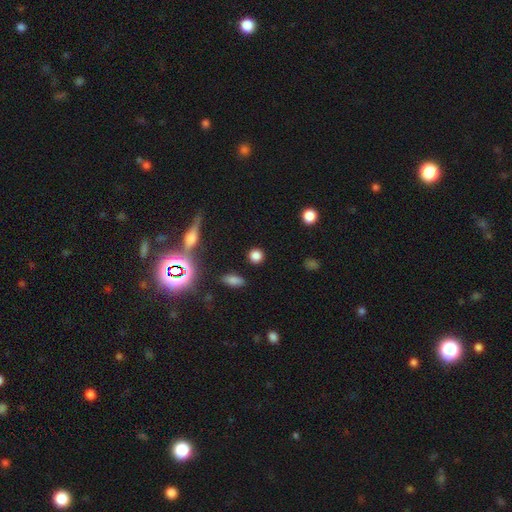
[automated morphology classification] A smooth galaxy with no disk features (78%) that is round (88%). Merging: none (88%).